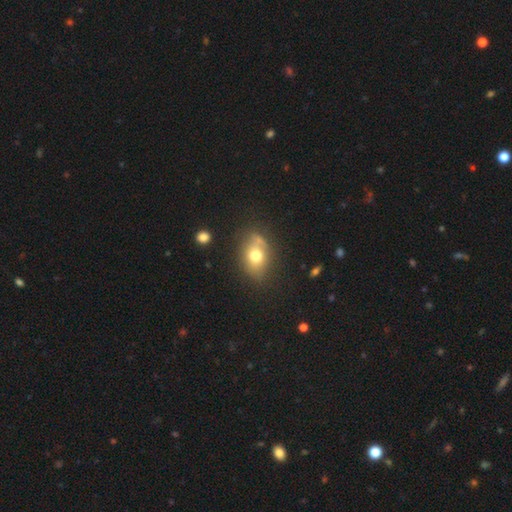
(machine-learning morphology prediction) Smooth or featured? Predicted: smooth (p=0.67). How rounded? Predicted: in between (p=0.73). Merging? Predicted: none (p=0.64).